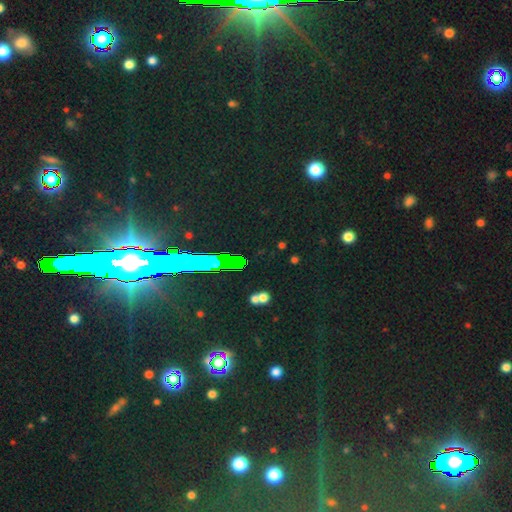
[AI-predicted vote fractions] A star or artifact, not a galaxy (82%).

Vote fractions:
- Smooth or featured? star or artifact: 82% / smooth: 10% / featured or disk: 8%